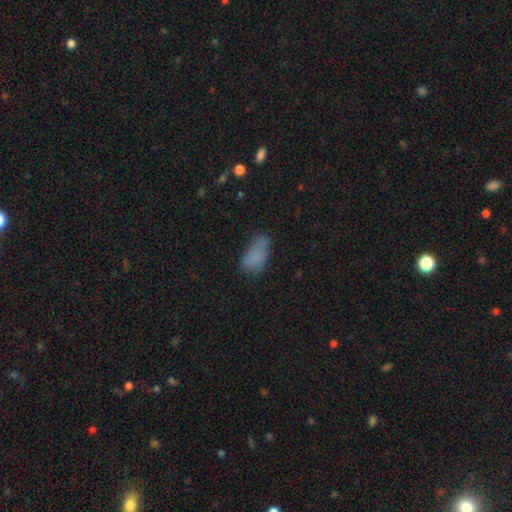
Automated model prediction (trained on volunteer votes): smooth_or_featured: smooth (p=0.74) [alt: star or artifact p=0.13]
how_rounded: in between (p=0.90) [alt: cigar-shaped p=0.06]
merging: none (p=0.45) [alt: minor disturbance p=0.31]